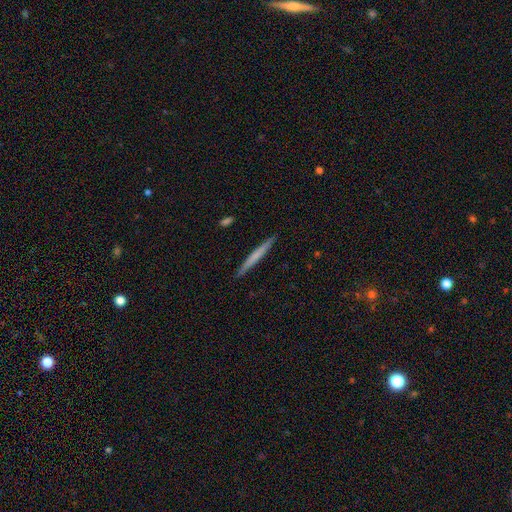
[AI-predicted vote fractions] smooth-or-featured: smooth: 56% | featured or disk: 39% | star or artifact: 5%
  how-rounded: cigar-shaped: 97% | in between: 2% | round: 1%
  merging: none: 92% | minor disturbance: 6% | major disturbance: 1% | merger: 1%